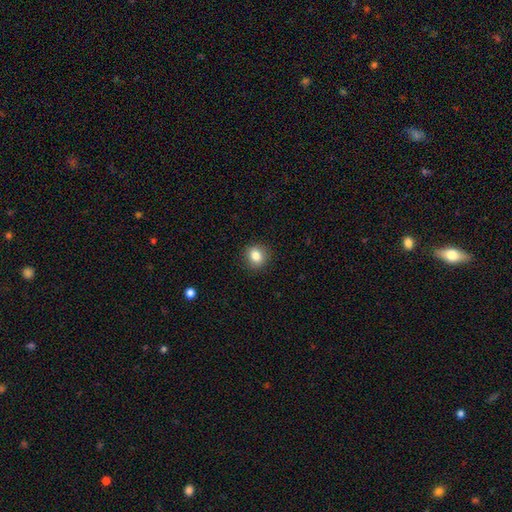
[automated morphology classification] A smooth galaxy with no disk features (83%) that is round (79%). Merging: none (90%).